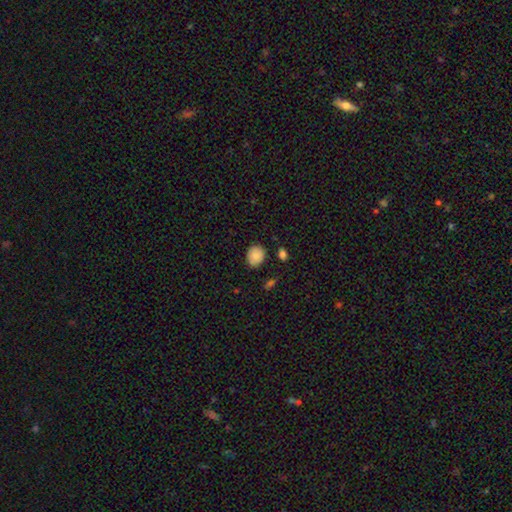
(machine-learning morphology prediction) smooth-or-featured: smooth: 87% | star or artifact: 8% | featured or disk: 5%
  how-rounded: round: 64% | in between: 35% | cigar-shaped: 1%
  merging: none: 80% | minor disturbance: 14% | major disturbance: 3% | merger: 3%